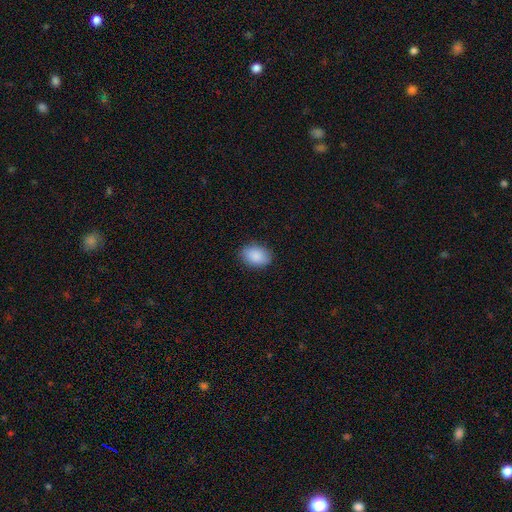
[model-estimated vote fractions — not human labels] Morphology: type=smooth (89%); roundness=in between (82%); merging=none (88%).